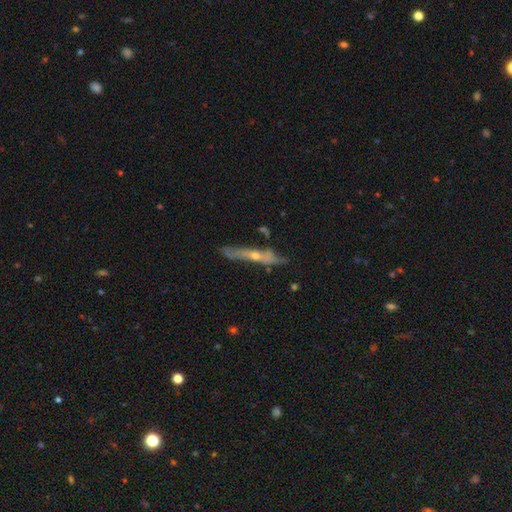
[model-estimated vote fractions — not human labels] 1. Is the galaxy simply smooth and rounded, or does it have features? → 65% featured or disk, 28% smooth, 7% star or artifact.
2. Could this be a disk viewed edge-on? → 78% yes, 22% no.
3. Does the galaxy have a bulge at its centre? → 73% rounded, 23% none, 4% boxy.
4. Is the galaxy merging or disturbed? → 63% none, 24% minor disturbance, 8% major disturbance, 4% merger.